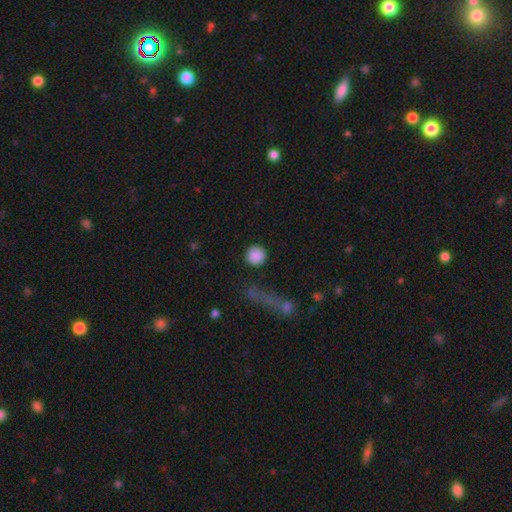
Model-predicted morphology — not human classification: Q: Smooth or featured?
A: smooth (88%); runner-up: star or artifact (8%)
Q: How rounded?
A: round (95%); runner-up: in between (4%)
Q: Merging?
A: none (87%); runner-up: minor disturbance (7%)